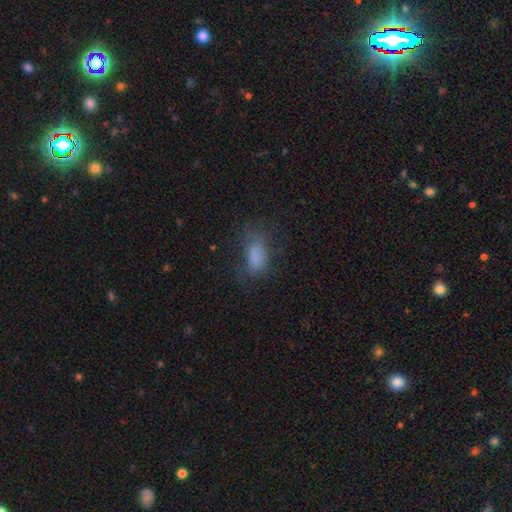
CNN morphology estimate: This is likely a smooth galaxy (77%). How rounded: clearly in between (88%). Merging: possibly none (53%).